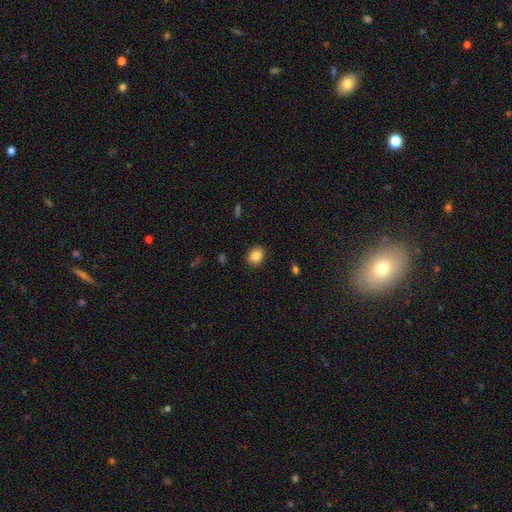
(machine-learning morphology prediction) A smooth galaxy with no disk features (86%) that is in between round and cigar-shaped (53%).

Vote fractions:
- Smooth or featured? smooth: 86% / star or artifact: 9% / featured or disk: 5%
- How rounded? in between: 53% / round: 46% / cigar-shaped: 1%
- Merging? none: 86% / minor disturbance: 10% / major disturbance: 3% / merger: 1%